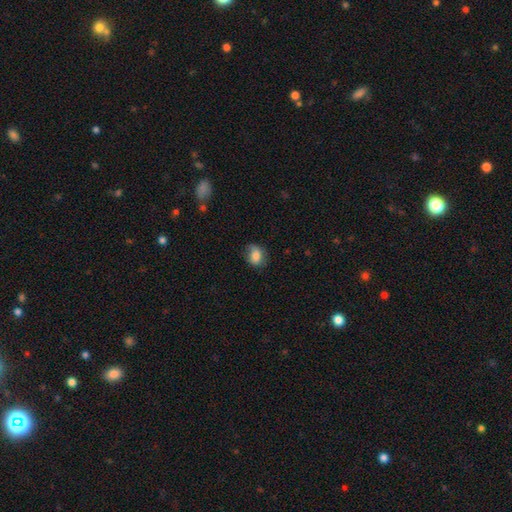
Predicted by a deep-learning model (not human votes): This is likely a smooth galaxy (79%). How rounded: possibly in between (57%). Merging: likely none (62%).